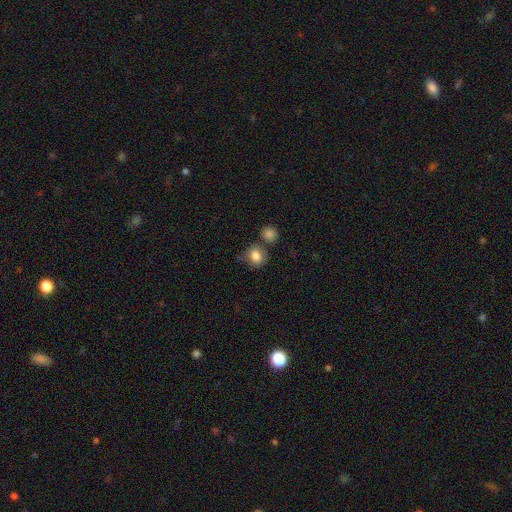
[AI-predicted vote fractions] Overall: smooth (83%). How rounded: round (68%; in between 31%). Merging: none (63%).